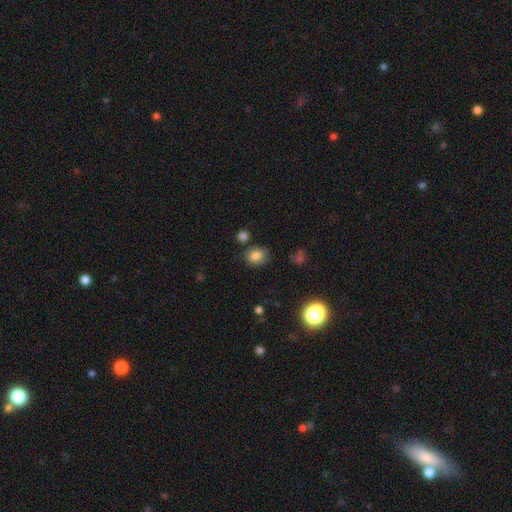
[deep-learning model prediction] smooth-or-featured: smooth: 81% | star or artifact: 11% | featured or disk: 8%
  how-rounded: in between: 56% | round: 43% | cigar-shaped: 1%
  merging: none: 78% | minor disturbance: 14% | merger: 5% | major disturbance: 4%